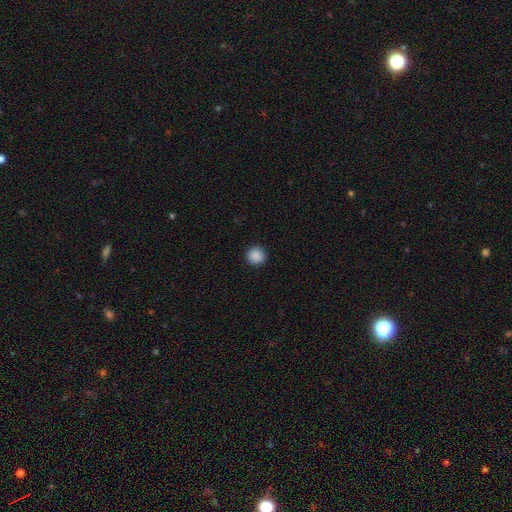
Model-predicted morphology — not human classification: This appears to be a smooth galaxy with no disk features (89%) that is round (95%). Merging: none (93%).